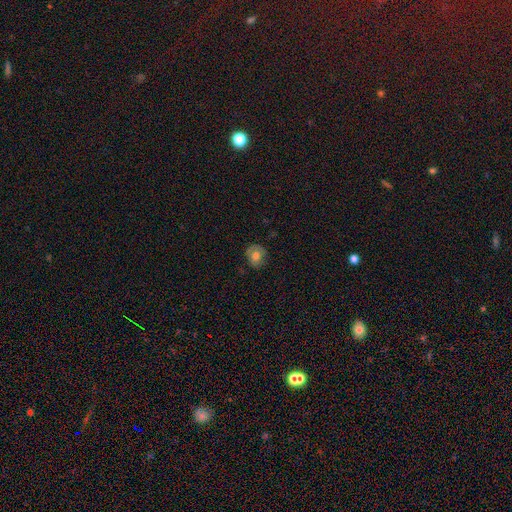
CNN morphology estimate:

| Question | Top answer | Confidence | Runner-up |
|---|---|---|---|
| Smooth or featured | smooth | 66% | featured or disk (25%) |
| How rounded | round | 75% | in between (24%) |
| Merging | none | 72% | minor disturbance (20%) |